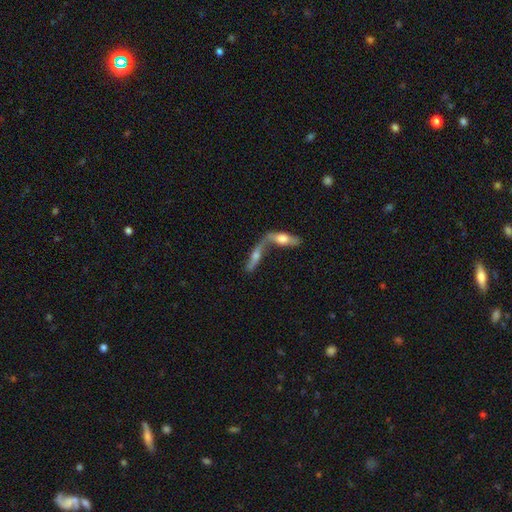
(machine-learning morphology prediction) This appears to be a featured or disk galaxy (57%) viewed edge-on (59%). Merging: merger (71%).